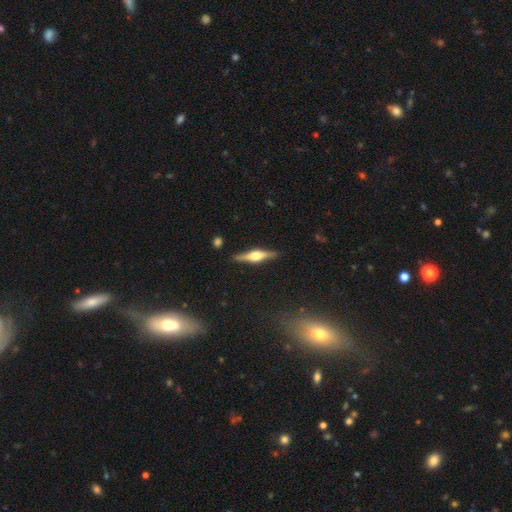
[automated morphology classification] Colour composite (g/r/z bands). It shows a featured or disk galaxy (72%) viewed edge-on (97%) with a rounded central bulge (91%). Merging: none (88%).